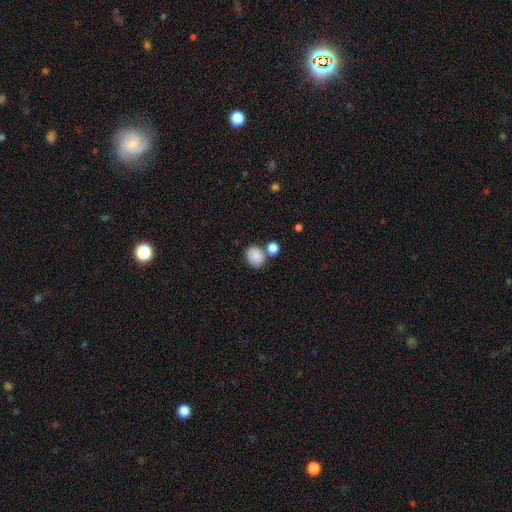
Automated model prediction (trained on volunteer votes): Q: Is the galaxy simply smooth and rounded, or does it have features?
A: smooth — 85%.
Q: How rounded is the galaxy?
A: round — 55%.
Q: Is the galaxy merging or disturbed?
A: none — 64%.